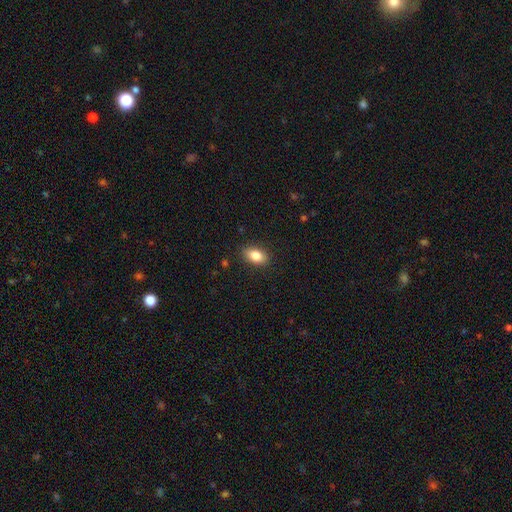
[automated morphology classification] smooth_or_featured: smooth (p=0.85) [alt: star or artifact p=0.08]
how_rounded: in between (p=0.89) [alt: round p=0.08]
merging: none (p=0.87) [alt: minor disturbance p=0.09]